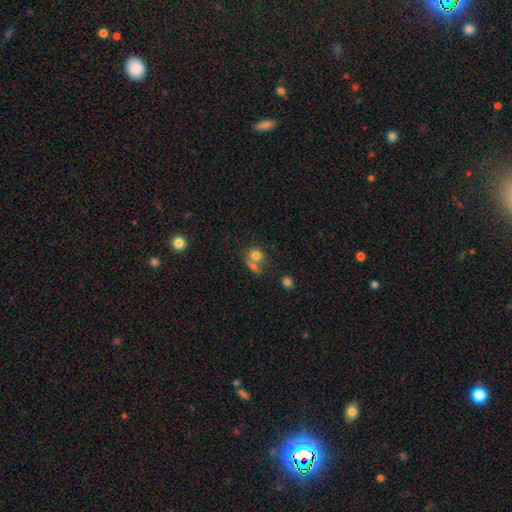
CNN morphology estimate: smooth 76%, featured or disk 13%, star or artifact 11%. Down the decision tree: how rounded — round (69%); merging — merger (47%).